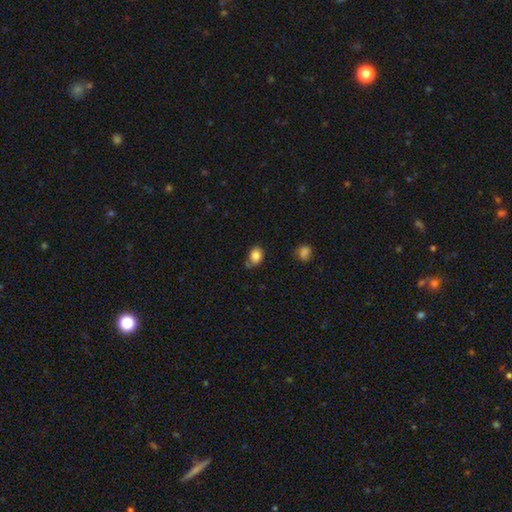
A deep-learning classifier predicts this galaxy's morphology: Smooth or featured: smooth — 83% (star or artifact — 9%)
How rounded: in between — 65% (round — 34%)
Merging: none — 62% (minor disturbance — 28%)